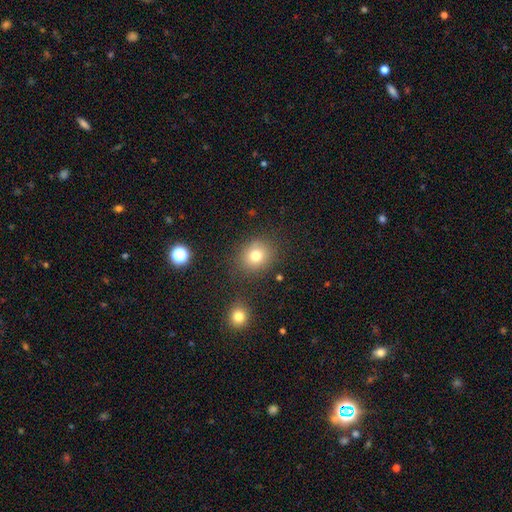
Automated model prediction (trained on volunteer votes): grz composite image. It shows a smooth galaxy with no disk features (77%) that is round (78%). Merging: none (83%).